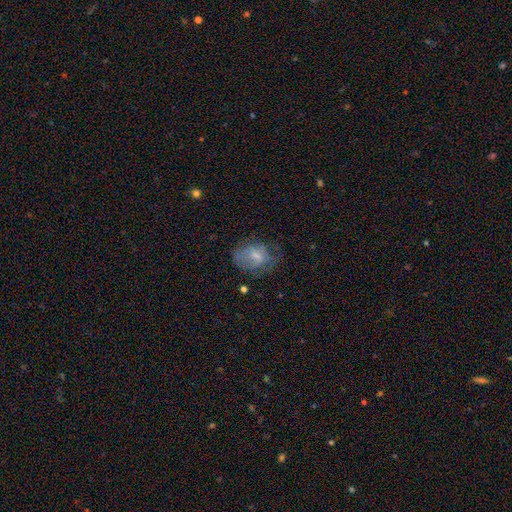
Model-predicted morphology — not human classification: A smooth galaxy with no disk features (56%) that is in between round and cigar-shaped (66%).

Vote fractions:
- Smooth or featured? smooth: 56% / featured or disk: 35% / star or artifact: 9%
- How rounded? in between: 66% / round: 33% / cigar-shaped: 1%
- Merging? none: 47% / minor disturbance: 28% / major disturbance: 23% / merger: 2%